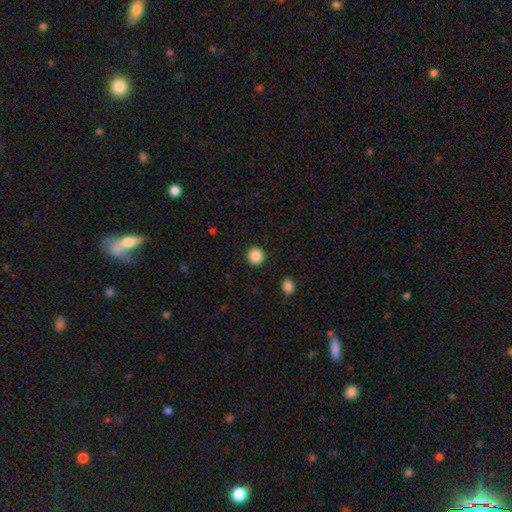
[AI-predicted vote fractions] A smooth galaxy with no disk features (87%) that is round (94%).

Vote fractions:
- Smooth or featured? smooth: 87% / star or artifact: 9% / featured or disk: 3%
- How rounded? round: 94% / in between: 5% / cigar-shaped: 1%
- Merging? none: 92% / minor disturbance: 5% / major disturbance: 2% / merger: 1%